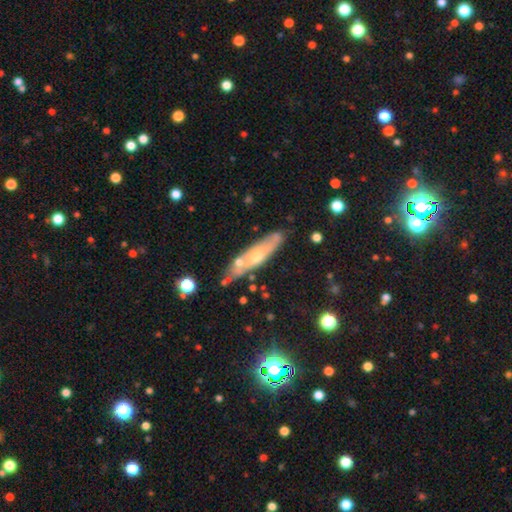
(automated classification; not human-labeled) Smooth or featured? Predicted: featured or disk (p=0.56). Edge-on disk? Predicted: yes (p=0.61). Merging? Predicted: none (p=0.70).